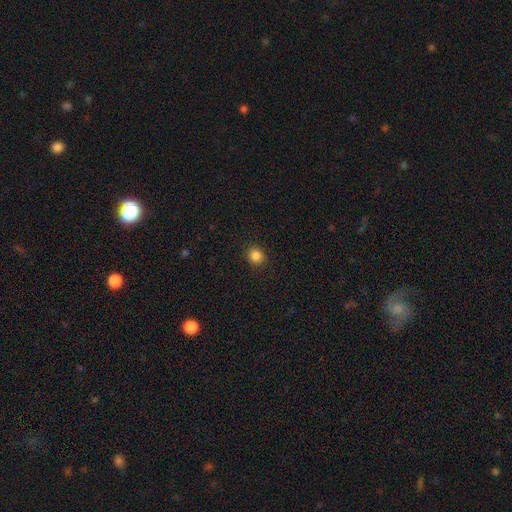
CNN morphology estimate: Q: Smooth or featured?
A: smooth (85%); runner-up: star or artifact (11%)
Q: How rounded?
A: round (85%); runner-up: in between (14%)
Q: Merging?
A: none (91%); runner-up: minor disturbance (6%)